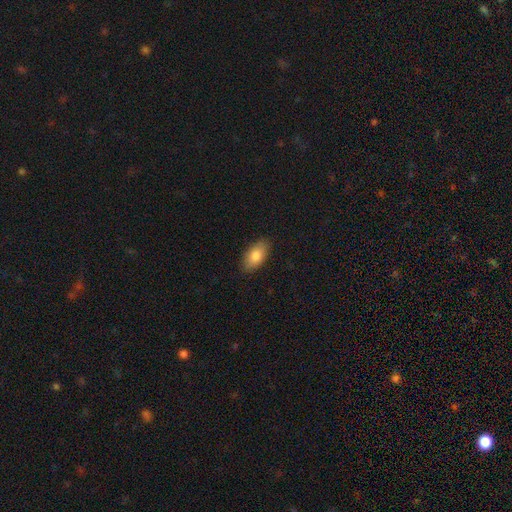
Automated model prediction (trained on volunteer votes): Overall: smooth (83%). How rounded: in between (91%). Merging: none (87%).